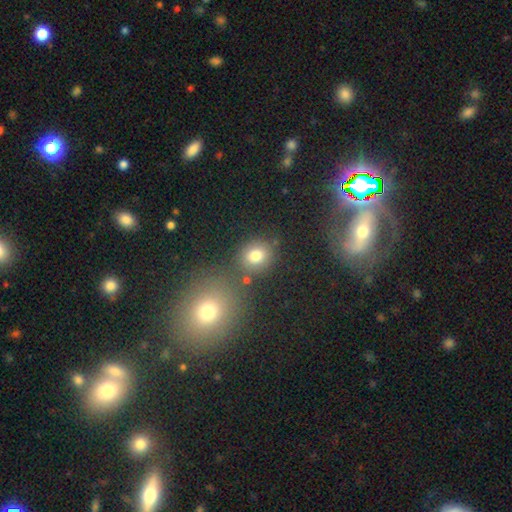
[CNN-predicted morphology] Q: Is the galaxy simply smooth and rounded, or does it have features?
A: smooth — 77%.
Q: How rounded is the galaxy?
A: round — 71%.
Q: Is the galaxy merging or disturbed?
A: none — 71%.